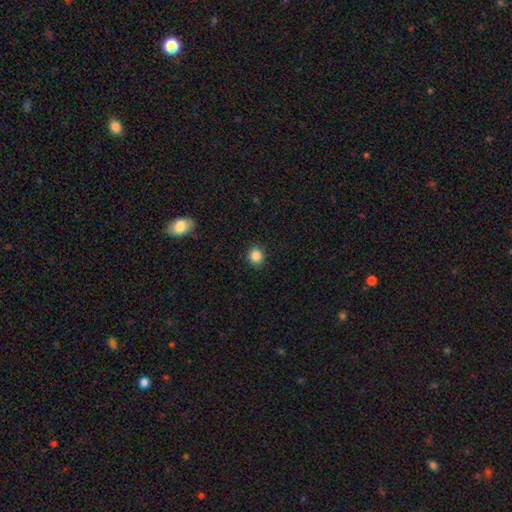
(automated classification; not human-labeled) smooth_or_featured: smooth (p=0.86) [alt: star or artifact p=0.10]
how_rounded: round (p=0.83) [alt: in between p=0.16]
merging: none (p=0.90) [alt: minor disturbance p=0.07]